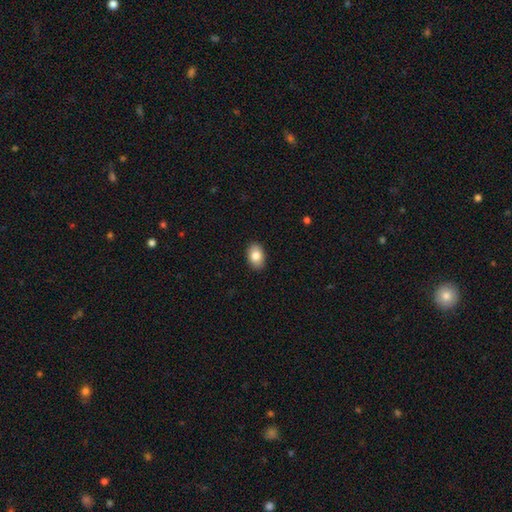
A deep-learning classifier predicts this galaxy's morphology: This is clearly a smooth galaxy (83%). How rounded: clearly in between (87%). Merging: clearly none (90%).